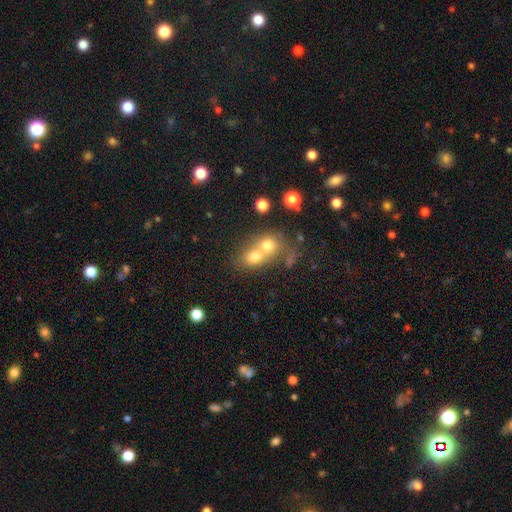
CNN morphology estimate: A smooth galaxy with no disk features (64%) that is round (63%). Merging: merger (66%).